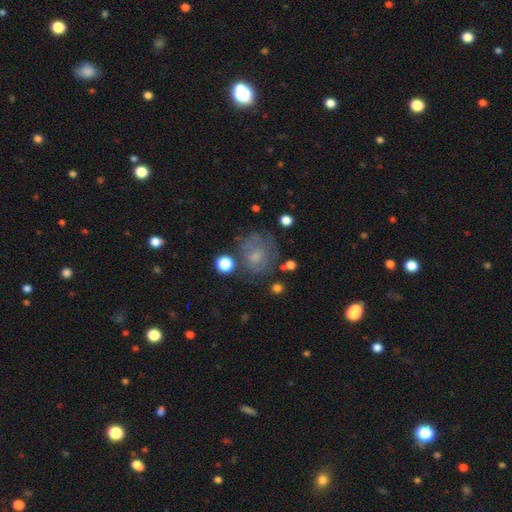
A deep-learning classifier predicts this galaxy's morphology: Overall: smooth (46%; featured or disk 39%). Merging: none (56%; minor disturbance 22%).